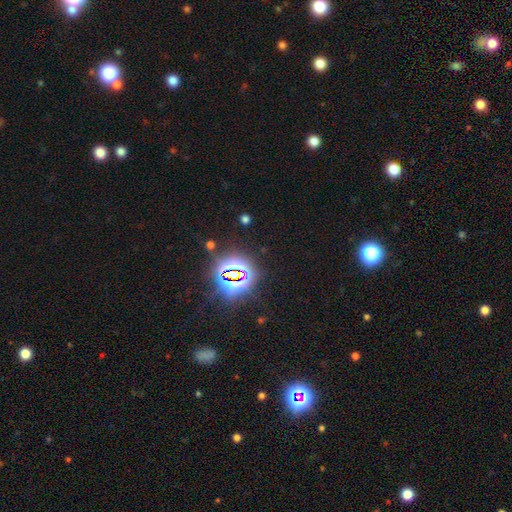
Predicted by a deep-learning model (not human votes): This appears to be a star or artifact, not a galaxy (81%).